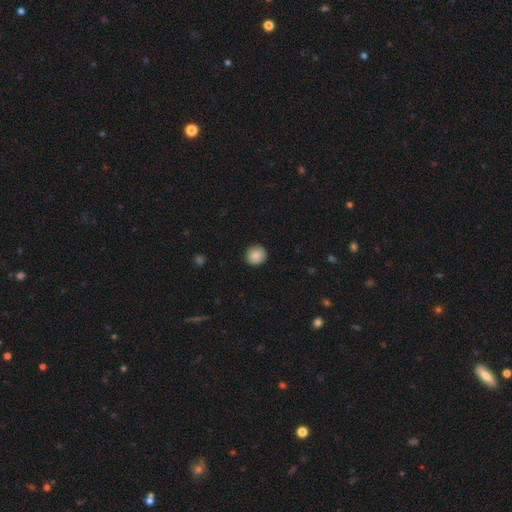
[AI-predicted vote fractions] Smooth or featured: smooth — 85% (star or artifact — 8%)
How rounded: round — 91% (in between — 8%)
Merging: none — 88% (minor disturbance — 9%)